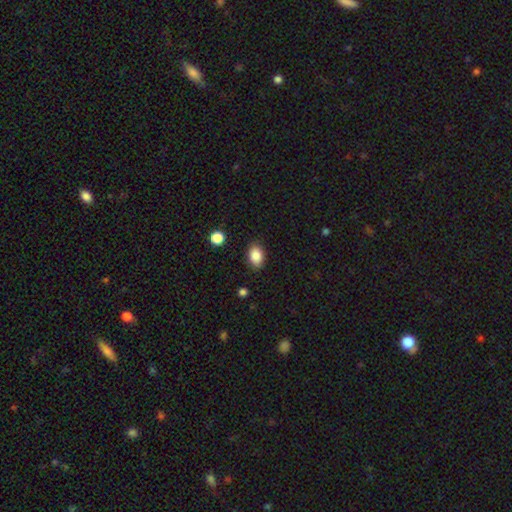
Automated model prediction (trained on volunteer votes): Smooth or featured? Predicted: smooth (p=0.87). How rounded? Predicted: in between (p=0.83). Merging? Predicted: none (p=0.86).